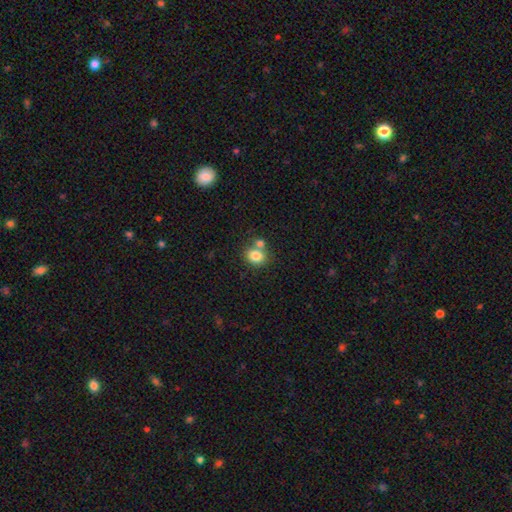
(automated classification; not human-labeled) This is clearly a smooth galaxy (81%). How rounded: likely round (64%). Merging: possibly none (55%).